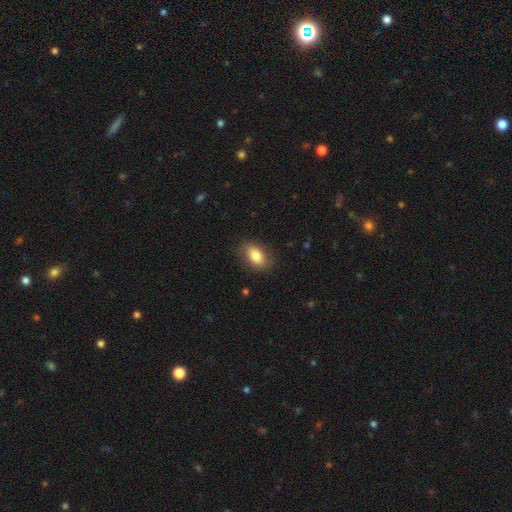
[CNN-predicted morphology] A smooth galaxy with no disk features (80%) that is in between round and cigar-shaped (88%).

Vote fractions:
- Smooth or featured? smooth: 80% / featured or disk: 13% / star or artifact: 7%
- How rounded? in between: 88% / round: 10% / cigar-shaped: 2%
- Merging? none: 82% / minor disturbance: 13% / major disturbance: 4% / merger: 1%